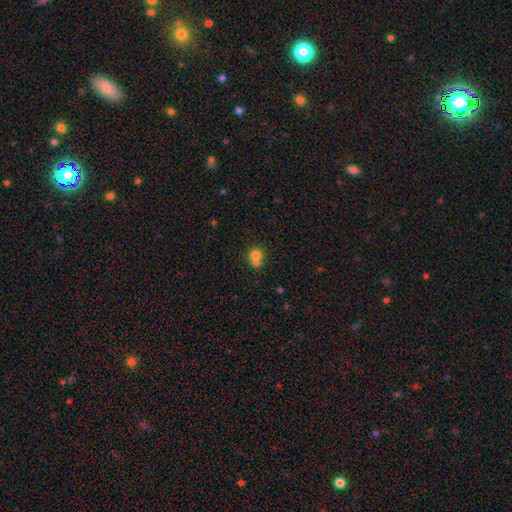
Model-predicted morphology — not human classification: smooth-or-featured: smooth: 74% | featured or disk: 14% | star or artifact: 12%
  how-rounded: round: 81% | in between: 18% | cigar-shaped: 1%
  merging: merger: 51% | none: 37% | minor disturbance: 8% | major disturbance: 3%